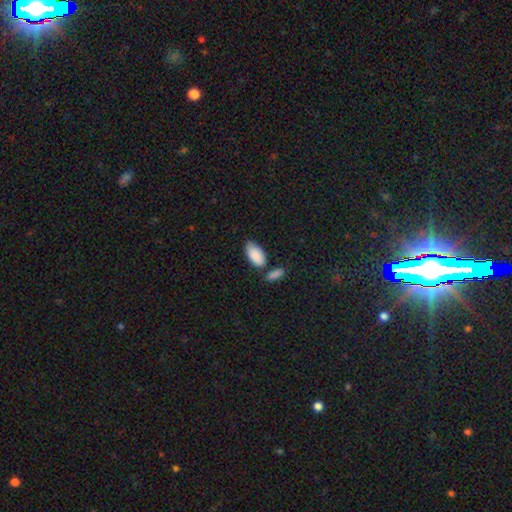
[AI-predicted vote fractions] This appears to be a smooth galaxy with no disk features (88%) that is in between round and cigar-shaped (94%). Merging: none (57%).